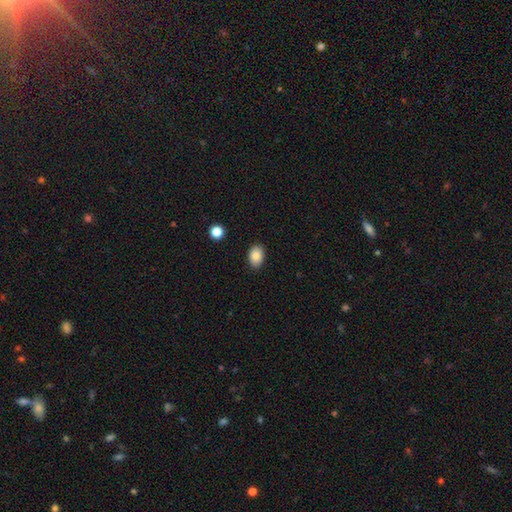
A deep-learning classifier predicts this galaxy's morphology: Smooth or featured?
  - smooth: 85% *
  - star or artifact: 8%
  - featured or disk: 6%
How rounded?
  - in between: 82% *
  - round: 16%
  - cigar-shaped: 1%
Merging?
  - none: 86% *
  - minor disturbance: 10%
  - major disturbance: 2%
  - merger: 1%